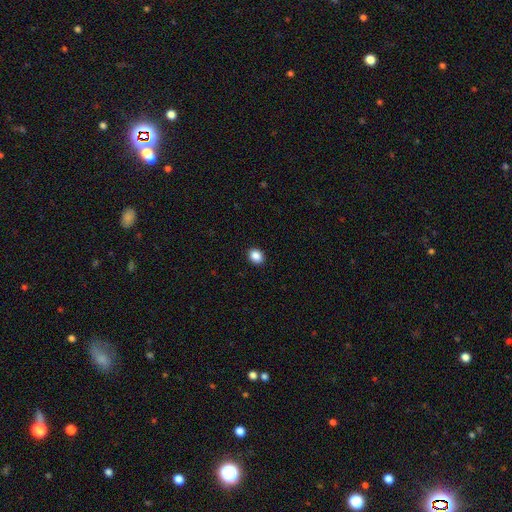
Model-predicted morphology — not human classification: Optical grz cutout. It shows a smooth galaxy with no disk features (88%) that is in between round and cigar-shaped (50%). Merging: none (91%).